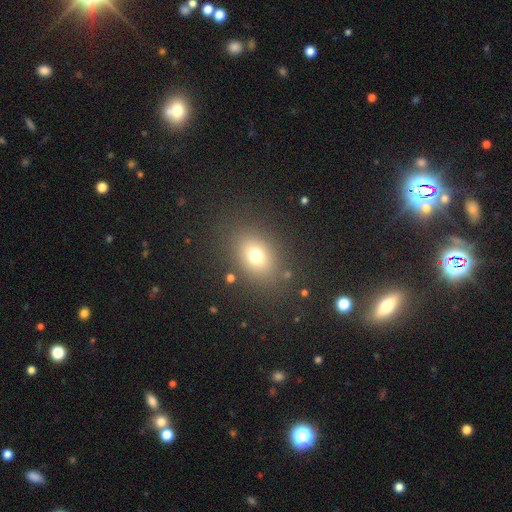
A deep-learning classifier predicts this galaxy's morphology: smooth_or_featured: smooth (p=0.72) [alt: star or artifact p=0.16]
how_rounded: in between (p=0.57) [alt: round p=0.41]
merging: none (p=0.83) [alt: minor disturbance p=0.10]